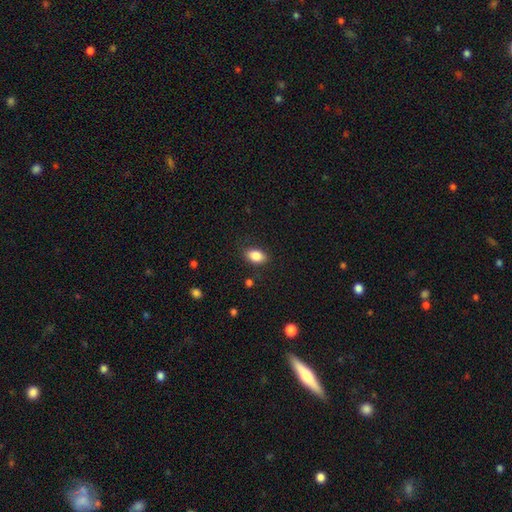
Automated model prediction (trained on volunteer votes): smooth-or-featured: smooth: 86% | star or artifact: 8% | featured or disk: 6%
  how-rounded: in between: 88% | round: 10% | cigar-shaped: 2%
  merging: none: 85% | minor disturbance: 11% | major disturbance: 3% | merger: 1%